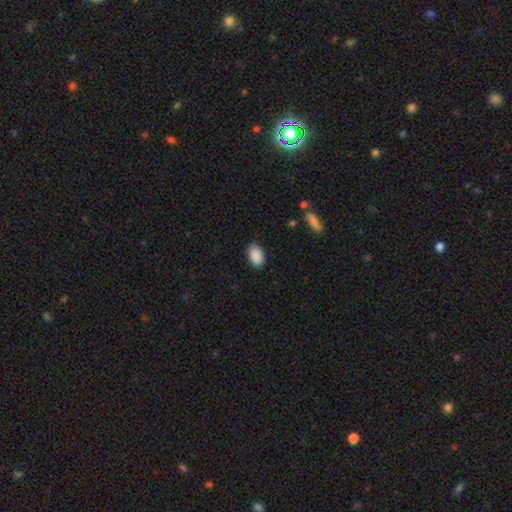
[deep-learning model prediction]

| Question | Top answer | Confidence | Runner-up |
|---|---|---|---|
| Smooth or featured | smooth | 90% | star or artifact (7%) |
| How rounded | in between | 91% | round (8%) |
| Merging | none | 85% | minor disturbance (12%) |